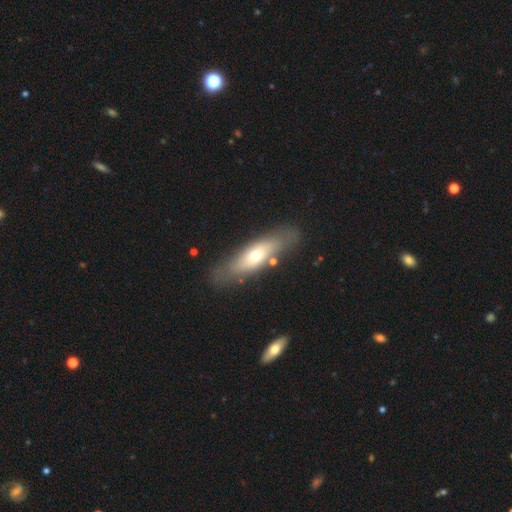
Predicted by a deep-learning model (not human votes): Smooth or featured?
  - smooth: 50% *
  - featured or disk: 44%
  - star or artifact: 7%
Merging?
  - none: 75% *
  - minor disturbance: 15%
  - major disturbance: 5%
  - merger: 4%